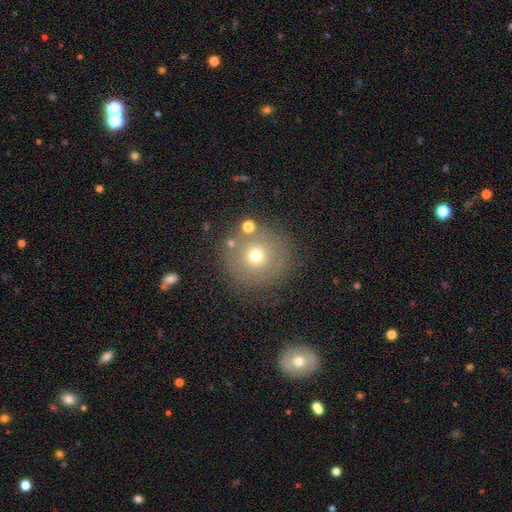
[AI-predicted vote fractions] Smooth or featured? Predicted: smooth (p=0.66). How rounded? Predicted: round (p=0.95). Merging? Predicted: none (p=0.80).